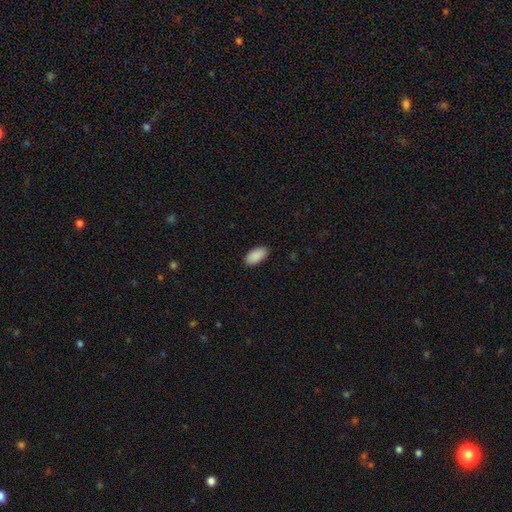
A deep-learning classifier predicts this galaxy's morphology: smooth_or_featured: smooth (p=0.91) [alt: star or artifact p=0.06]
how_rounded: in between (p=0.95) [alt: cigar-shaped p=0.03]
merging: none (p=0.89) [alt: minor disturbance p=0.08]